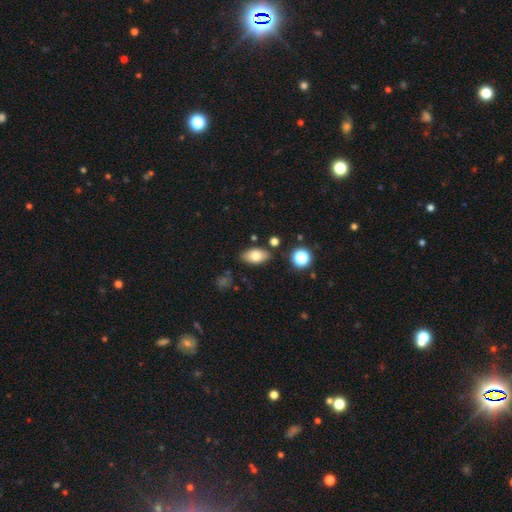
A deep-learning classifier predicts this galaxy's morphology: smooth_or_featured: smooth (p=0.78) [alt: featured or disk p=0.13]
how_rounded: in between (p=0.91) [alt: round p=0.06]
merging: none (p=0.83) [alt: minor disturbance p=0.10]